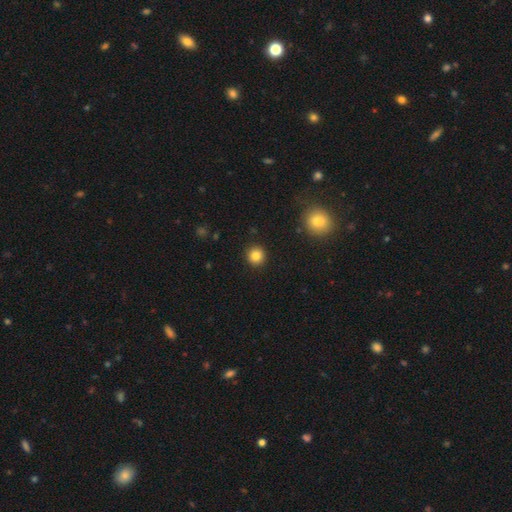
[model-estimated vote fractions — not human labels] Smooth or featured?
  - smooth: 83% *
  - star or artifact: 11%
  - featured or disk: 6%
How rounded?
  - round: 92% *
  - in between: 7%
  - cigar-shaped: 1%
Merging?
  - none: 92% *
  - minor disturbance: 5%
  - major disturbance: 2%
  - merger: 1%